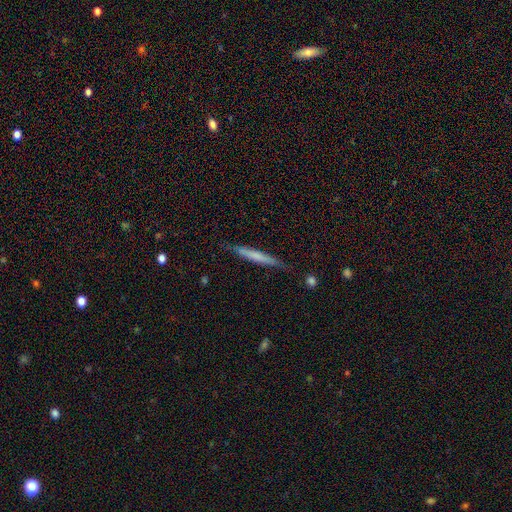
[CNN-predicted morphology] A smooth galaxy with no disk features (57%) that is cigar-shaped (95%).

Vote fractions:
- Smooth or featured? smooth: 57% / featured or disk: 37% / star or artifact: 6%
- How rounded? cigar-shaped: 95% / in between: 3% / round: 1%
- Merging? none: 83% / minor disturbance: 13% / major disturbance: 2% / merger: 1%